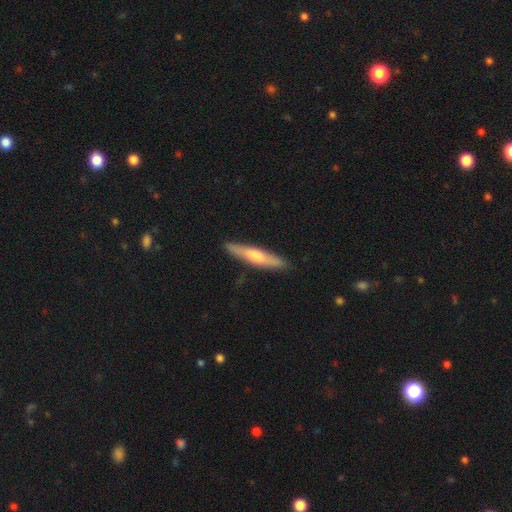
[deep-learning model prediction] A featured or disk galaxy (52%) viewed edge-on (92%).

Vote fractions:
- Smooth or featured? featured or disk: 52% / smooth: 43% / star or artifact: 6%
- Edge-on disk? yes: 92% / no: 8%
- Merging? none: 89% / minor disturbance: 8% / major disturbance: 2% / merger: 1%